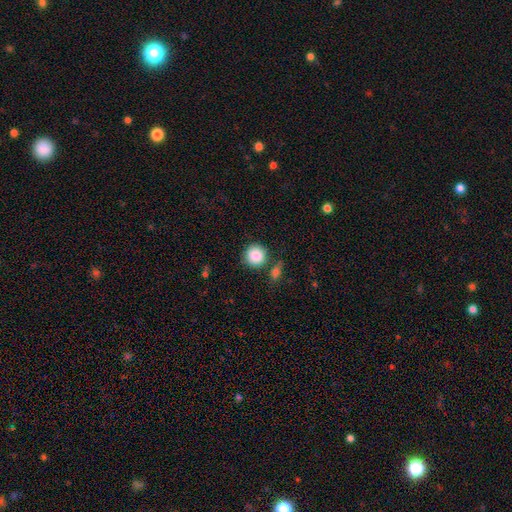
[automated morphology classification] This is clearly a smooth galaxy (88%). How rounded: clearly round (93%). Merging: likely none (77%).